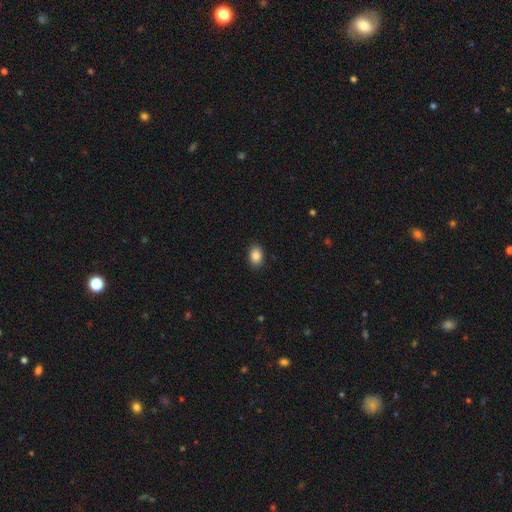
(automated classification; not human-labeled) Smooth or featured?
  - smooth: 88% *
  - star or artifact: 9%
  - featured or disk: 4%
How rounded?
  - in between: 77% *
  - round: 22%
  - cigar-shaped: 1%
Merging?
  - none: 89% *
  - minor disturbance: 8%
  - major disturbance: 2%
  - merger: 1%